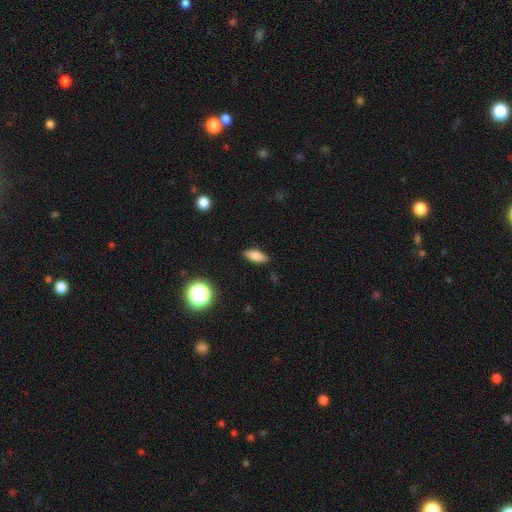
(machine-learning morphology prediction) smooth 80%, featured or disk 11%, star or artifact 9%. Down the decision tree: how rounded — in between (74%); merging — none (88%).